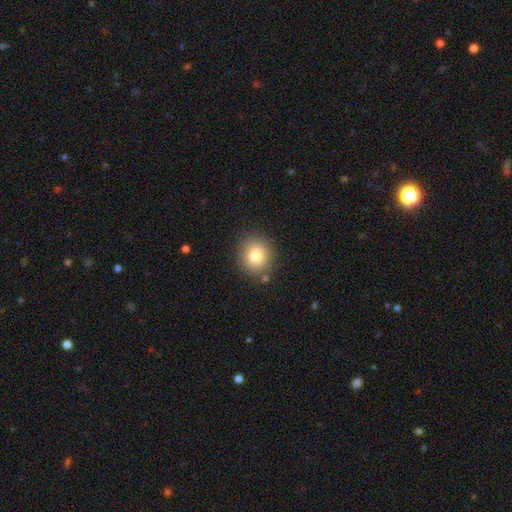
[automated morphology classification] A smooth galaxy with no disk features (80%) that is round (83%).

Vote fractions:
- Smooth or featured? smooth: 80% / star or artifact: 10% / featured or disk: 9%
- How rounded? round: 83% / in between: 16% / cigar-shaped: 1%
- Merging? none: 85% / minor disturbance: 9% / merger: 3% / major disturbance: 3%